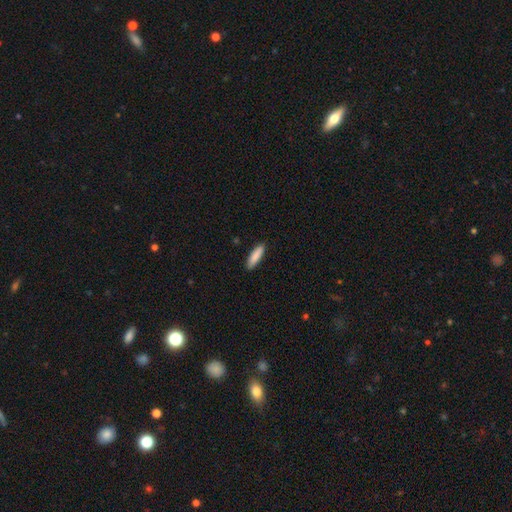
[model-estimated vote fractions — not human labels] This is clearly a smooth galaxy (88%). How rounded: likely cigar-shaped (70%). Merging: clearly none (89%).